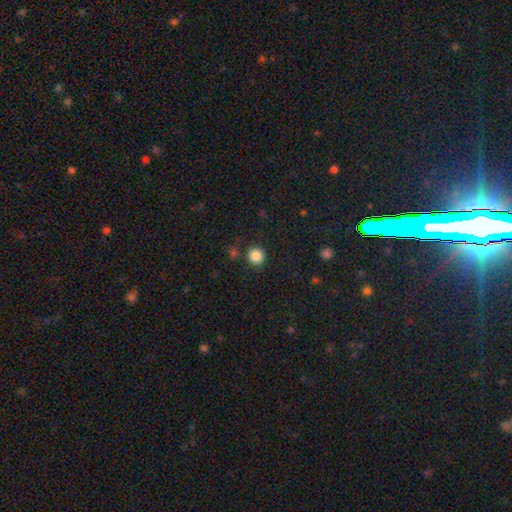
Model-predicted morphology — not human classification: smooth 86%, star or artifact 11%, featured or disk 4%. Down the decision tree: how rounded — round (92%); merging — none (86%).